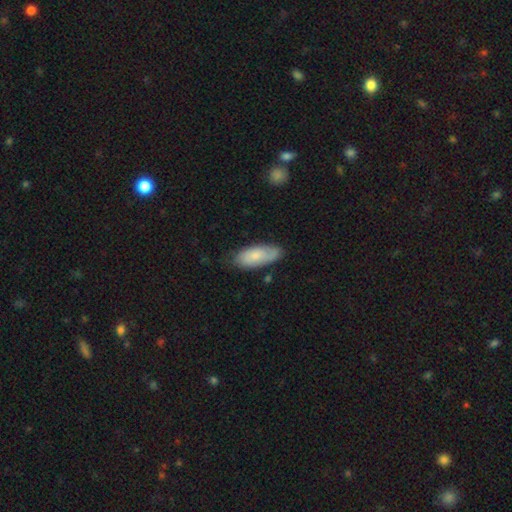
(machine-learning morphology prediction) The model was most divided on "smooth or featured": smooth: 68%, featured or disk: 27%, star or artifact: 6%. More confident: how rounded — in between (85%); merging — none (70%).